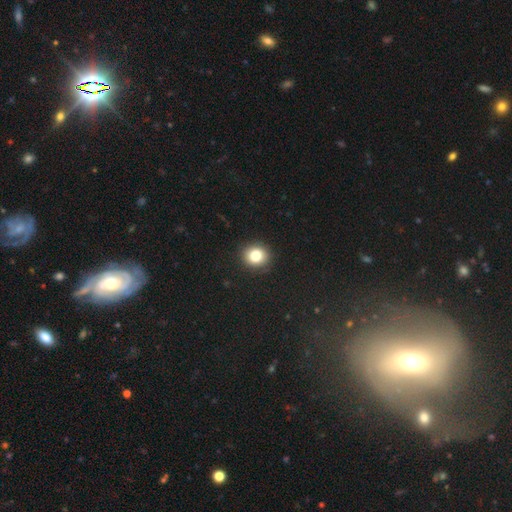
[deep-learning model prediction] This appears to be a smooth galaxy with no disk features (82%) that is round (81%). Merging: none (90%).